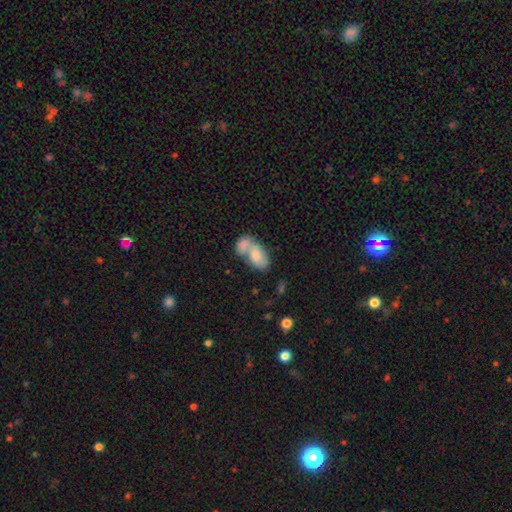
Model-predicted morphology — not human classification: smooth-or-featured: smooth: 75% | featured or disk: 18% | star or artifact: 7%
  how-rounded: in between: 90% | round: 7% | cigar-shaped: 2%
  merging: merger: 69% | none: 19% | minor disturbance: 8% | major disturbance: 5%